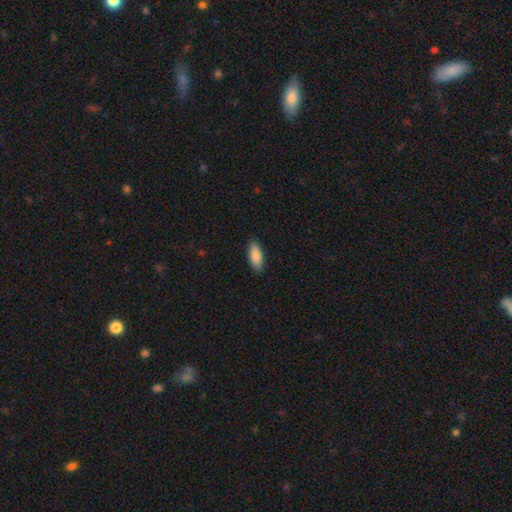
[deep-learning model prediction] Smooth or featured?
  - smooth: 88% *
  - featured or disk: 7%
  - star or artifact: 6%
How rounded?
  - in between: 79% *
  - cigar-shaped: 19%
  - round: 2%
Merging?
  - none: 89% *
  - minor disturbance: 8%
  - major disturbance: 2%
  - merger: 1%